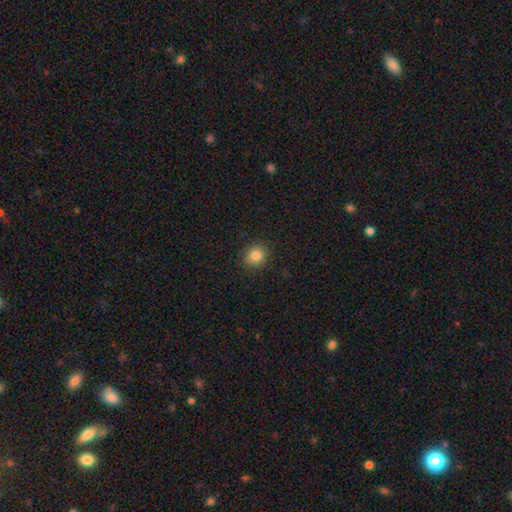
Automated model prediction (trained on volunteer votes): smooth 84%, star or artifact 11%, featured or disk 5%. Down the decision tree: how rounded — round (84%); merging — none (89%).